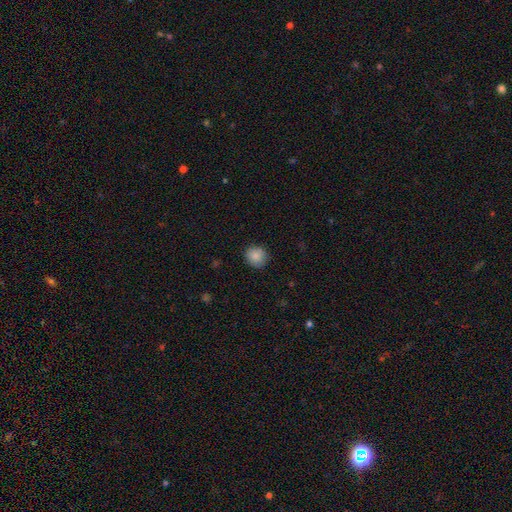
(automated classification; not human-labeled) Smooth or featured? smooth (87%)
How rounded? round (85%)
Merging? none (86%)